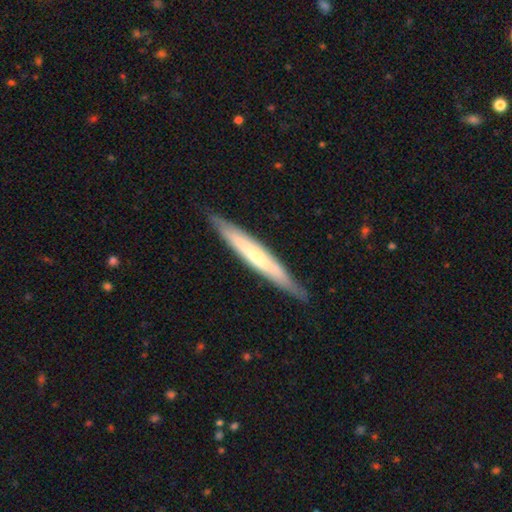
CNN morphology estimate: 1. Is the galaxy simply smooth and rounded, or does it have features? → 53% featured or disk, 42% smooth, 5% star or artifact.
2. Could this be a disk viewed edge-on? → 90% yes, 10% no.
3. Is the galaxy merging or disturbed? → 87% none, 10% minor disturbance, 2% major disturbance, 1% merger.